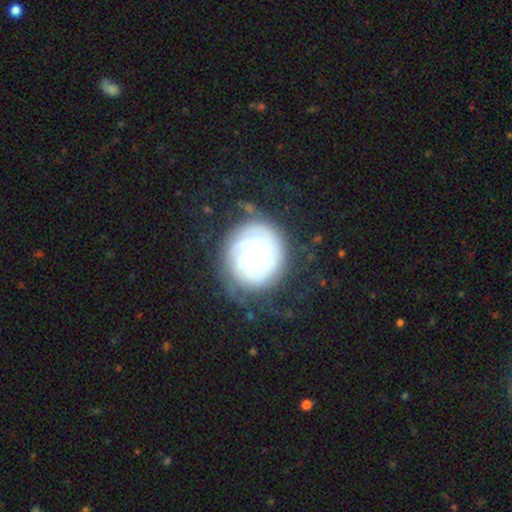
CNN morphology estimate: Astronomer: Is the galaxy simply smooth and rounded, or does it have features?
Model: featured or disk — 74%.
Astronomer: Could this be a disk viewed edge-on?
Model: no — 98%.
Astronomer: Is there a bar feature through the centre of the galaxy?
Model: no — 80%.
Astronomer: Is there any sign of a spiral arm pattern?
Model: yes — 88%.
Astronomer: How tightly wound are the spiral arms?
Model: tight — 80%.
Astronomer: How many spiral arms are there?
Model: can't tell — 47%.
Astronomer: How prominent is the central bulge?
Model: moderate — 51% (runner-up: small, 39%).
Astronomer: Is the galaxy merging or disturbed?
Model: none — 69%.